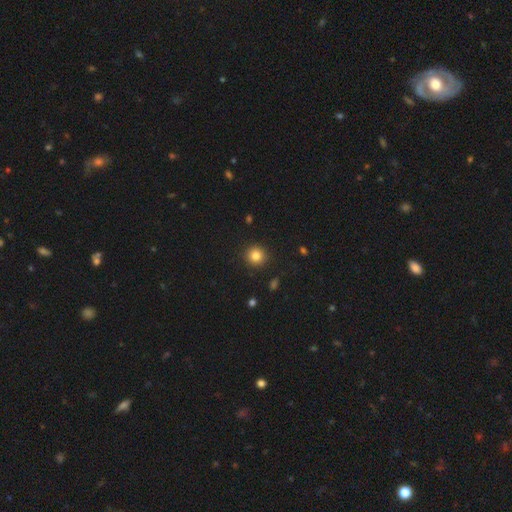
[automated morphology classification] Smooth or featured?
  - smooth: 83% *
  - star or artifact: 11%
  - featured or disk: 5%
How rounded?
  - round: 93% *
  - in between: 6%
  - cigar-shaped: 1%
Merging?
  - none: 91% *
  - minor disturbance: 6%
  - major disturbance: 2%
  - merger: 1%